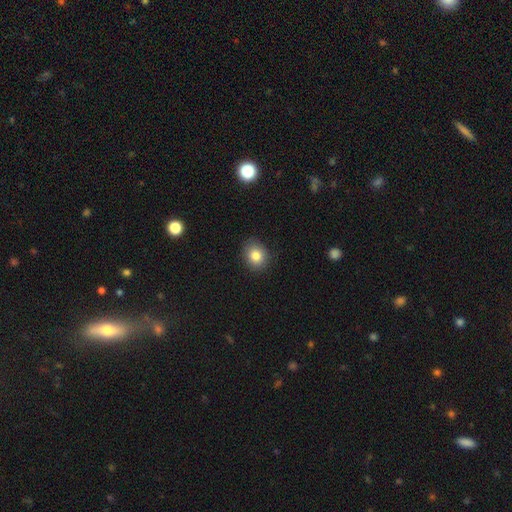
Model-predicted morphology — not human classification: Smooth or featured?
  - smooth: 82% *
  - star or artifact: 10%
  - featured or disk: 7%
How rounded?
  - round: 65% *
  - in between: 34%
  - cigar-shaped: 1%
Merging?
  - none: 85% *
  - minor disturbance: 11%
  - major disturbance: 2%
  - merger: 1%